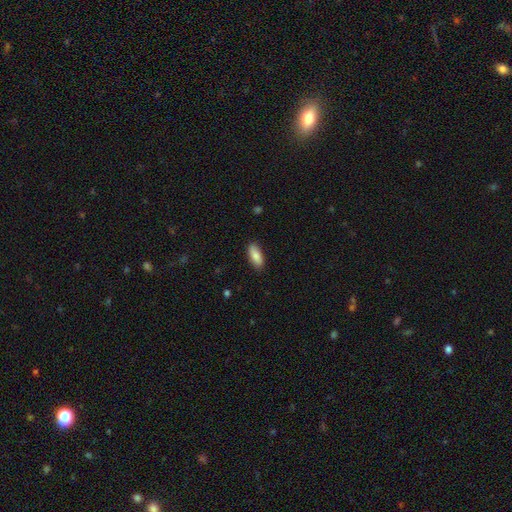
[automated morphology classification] The model was most divided on "how rounded": in between: 79%, cigar-shaped: 19%, round: 2%. More confident: merging — none (87%); smooth or featured — smooth (85%).